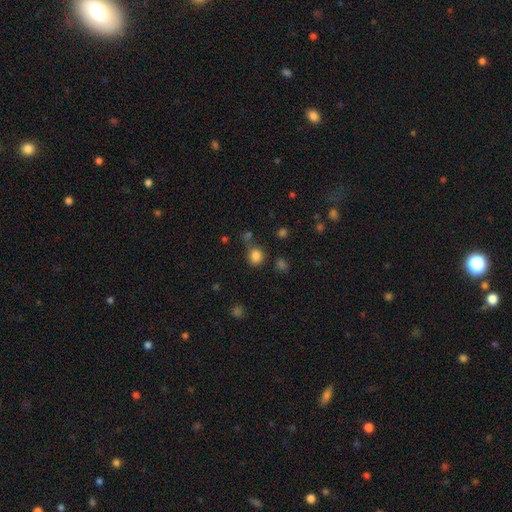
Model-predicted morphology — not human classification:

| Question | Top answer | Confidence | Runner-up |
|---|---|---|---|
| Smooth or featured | smooth | 82% | star or artifact (13%) |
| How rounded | round | 73% | in between (26%) |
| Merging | none | 67% | minor disturbance (15%) |